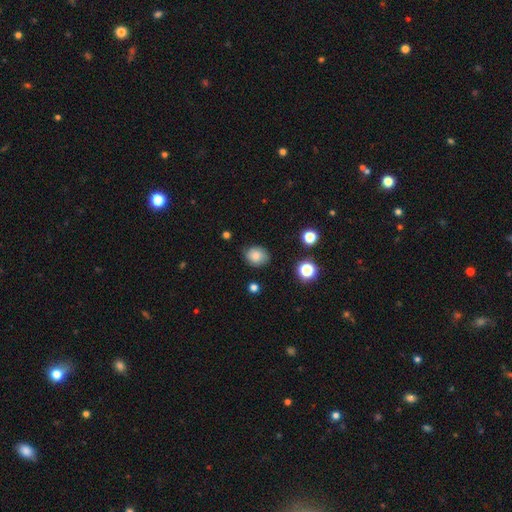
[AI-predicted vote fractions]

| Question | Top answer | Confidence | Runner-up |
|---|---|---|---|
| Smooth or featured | smooth | 80% | star or artifact (11%) |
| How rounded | round | 61% | in between (38%) |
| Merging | none | 79% | minor disturbance (16%) |